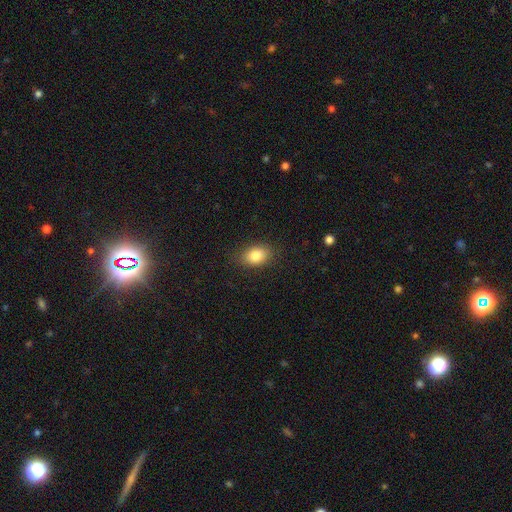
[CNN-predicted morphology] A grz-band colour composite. It shows a smooth galaxy with no disk features (84%) that is in between round and cigar-shaped (83%). Merging: none (84%).